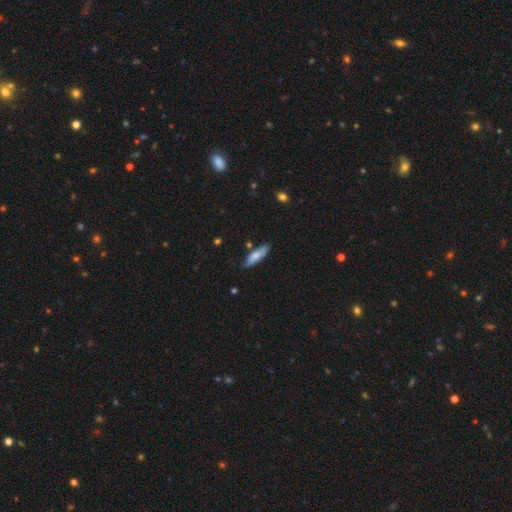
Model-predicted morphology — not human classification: smooth_or_featured: smooth (p=0.72) [alt: featured or disk p=0.22]
how_rounded: cigar-shaped (p=0.60) [alt: in between p=0.38]
merging: none (p=0.79) [alt: minor disturbance p=0.15]